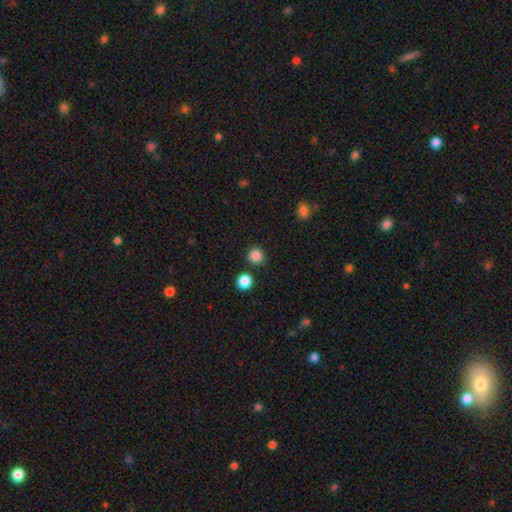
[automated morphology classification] Smooth or featured? smooth (86%)
How rounded? round (92%)
Merging? none (87%)